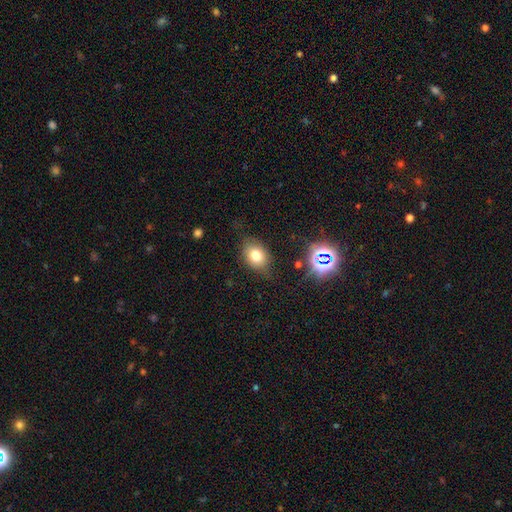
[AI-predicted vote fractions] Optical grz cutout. It shows a smooth galaxy with no disk features (74%) that is in between round and cigar-shaped (65%). Merging: none (75%).